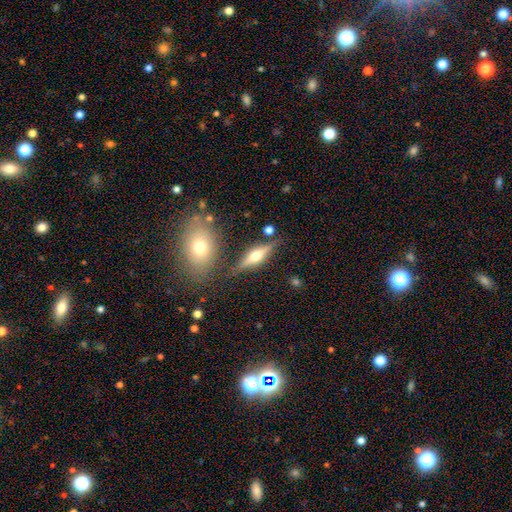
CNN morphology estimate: Smooth or featured?
  - featured or disk: 69% *
  - smooth: 25%
  - star or artifact: 7%
Edge-on disk?
  - yes: 95% *
  - no: 5%
Edge-on bulge?
  - rounded: 94% *
  - boxy: 4%
  - none: 2%
Merging?
  - none: 79% *
  - minor disturbance: 12%
  - merger: 6%
  - major disturbance: 4%